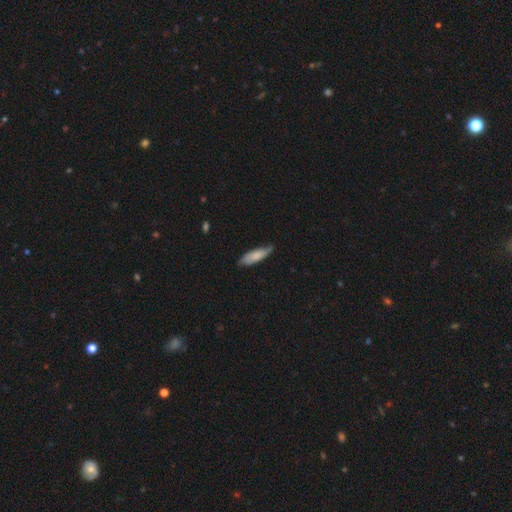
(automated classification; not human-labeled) Morphology: type=smooth (70%); roundness=cigar-shaped (51%); merging=none (68%).